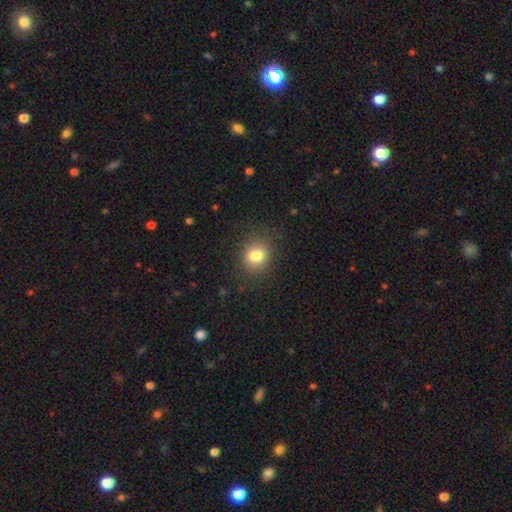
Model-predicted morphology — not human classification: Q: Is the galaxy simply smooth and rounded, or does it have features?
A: smooth — 81%.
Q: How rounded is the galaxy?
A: round — 71%.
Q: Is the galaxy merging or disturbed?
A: none — 86%.